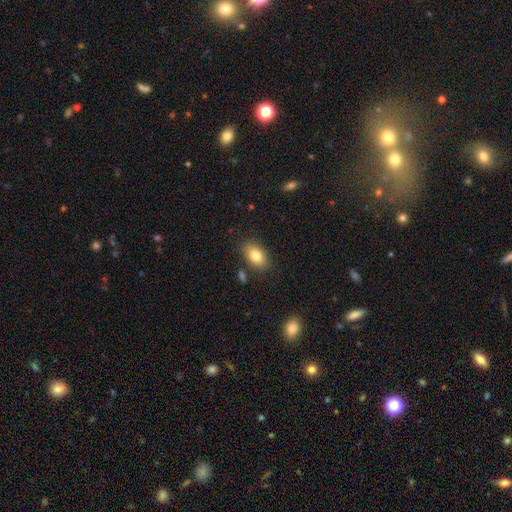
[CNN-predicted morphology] smooth 81%, featured or disk 11%, star or artifact 8%. Down the decision tree: how rounded — in between (89%); merging — none (82%).